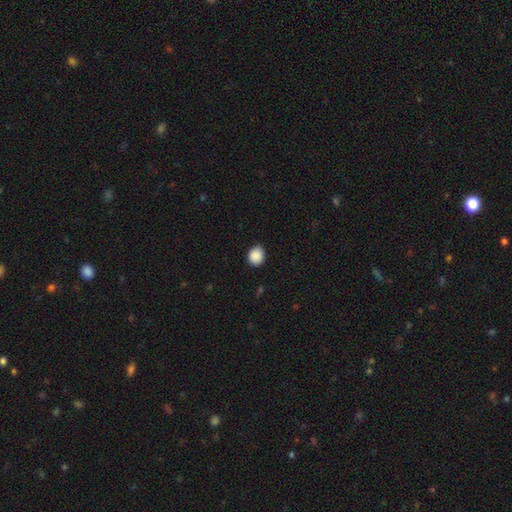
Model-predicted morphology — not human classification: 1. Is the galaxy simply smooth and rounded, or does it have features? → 89% smooth, 8% star or artifact, 3% featured or disk.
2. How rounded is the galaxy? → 63% round, 36% in between, 1% cigar-shaped.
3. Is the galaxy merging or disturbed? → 86% none, 11% minor disturbance, 2% major disturbance, 1% merger.